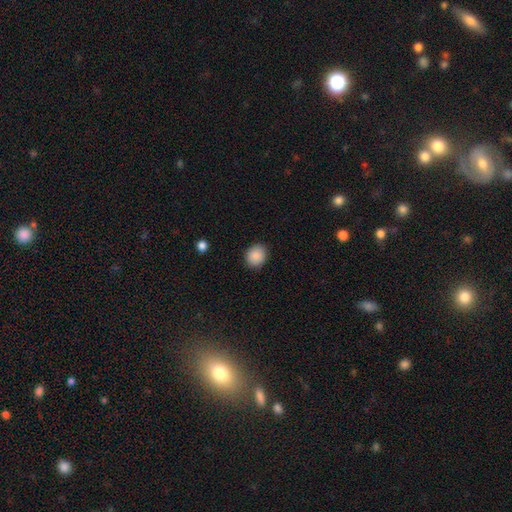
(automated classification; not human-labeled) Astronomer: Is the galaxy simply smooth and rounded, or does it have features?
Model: smooth — 89%.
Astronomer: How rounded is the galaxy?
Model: round — 70%.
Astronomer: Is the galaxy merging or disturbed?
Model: none — 89%.